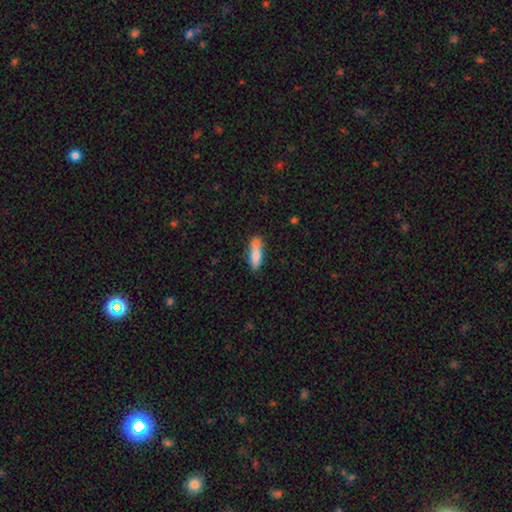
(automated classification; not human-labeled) This appears to be a smooth galaxy with no disk features (80%) that is cigar-shaped (52%). Merging: none (61%).